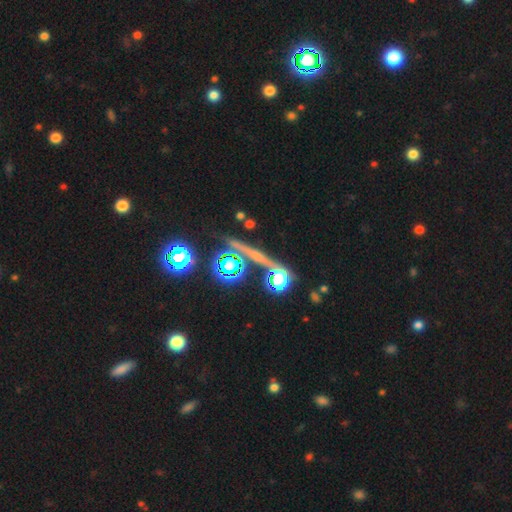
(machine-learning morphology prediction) This appears to be a star or artifact, not a galaxy (53%).